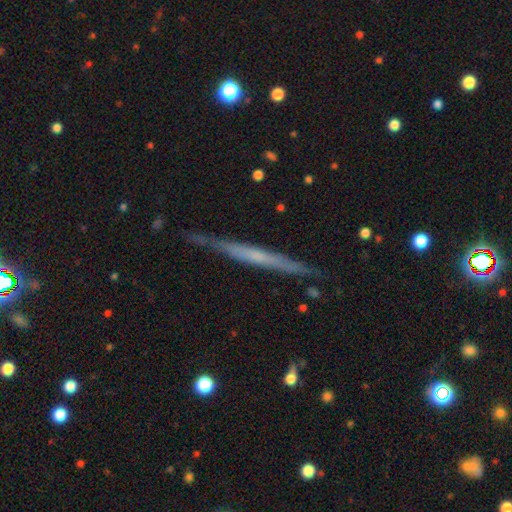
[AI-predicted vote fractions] A featured or disk galaxy (63%) viewed edge-on (97%) with no central bulge (75%).

Vote fractions:
- Smooth or featured? featured or disk: 63% / smooth: 31% / star or artifact: 6%
- Edge-on disk? yes: 97% / no: 3%
- Edge-on bulge? none: 75% / rounded: 18% / boxy: 8%
- Merging? none: 84% / minor disturbance: 12% / major disturbance: 2% / merger: 2%